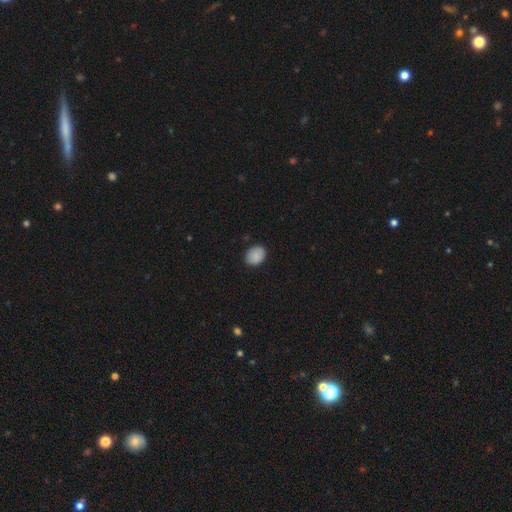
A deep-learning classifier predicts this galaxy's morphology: Overall: smooth (87%). How rounded: in between (60%; round 40%). Merging: none (86%).